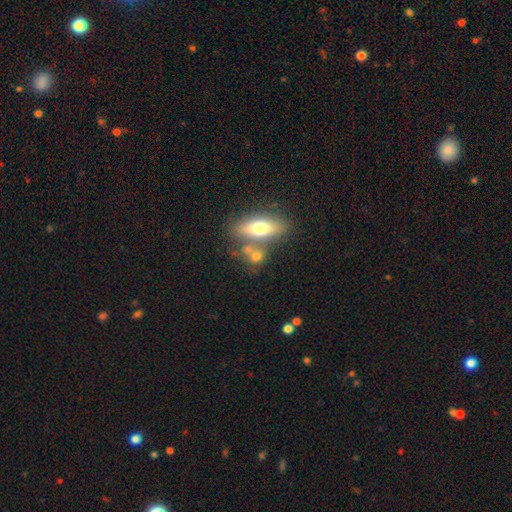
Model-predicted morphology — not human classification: Smooth or featured?
  - smooth: 69% *
  - featured or disk: 21%
  - star or artifact: 10%
How rounded?
  - in between: 56% *
  - round: 31%
  - cigar-shaped: 13%
Merging?
  - none: 43% *
  - merger: 38%
  - minor disturbance: 12%
  - major disturbance: 6%